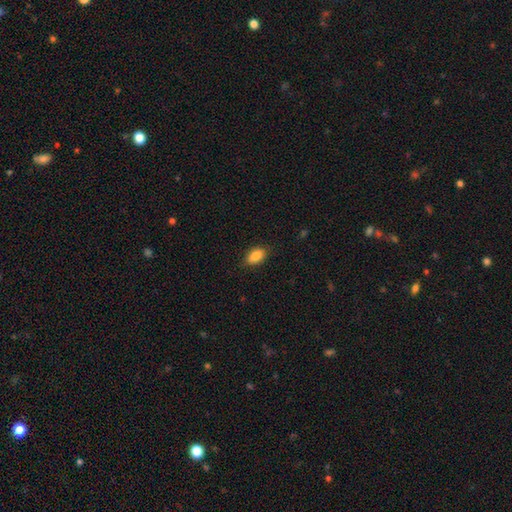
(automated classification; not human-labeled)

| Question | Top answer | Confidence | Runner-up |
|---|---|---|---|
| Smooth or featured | smooth | 87% | star or artifact (8%) |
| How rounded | in between | 89% | round (8%) |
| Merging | none | 83% | minor disturbance (13%) |